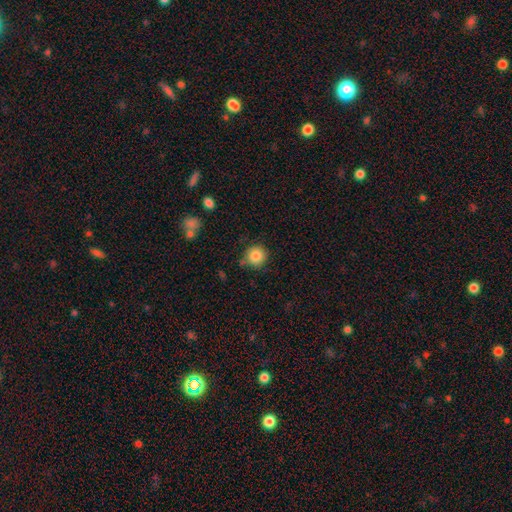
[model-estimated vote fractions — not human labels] Smooth or featured: smooth — 85% (star or artifact — 10%)
How rounded: round — 93% (in between — 6%)
Merging: none — 80% (minor disturbance — 13%)